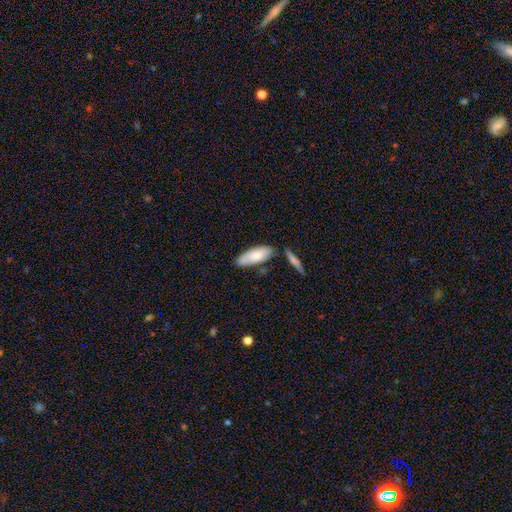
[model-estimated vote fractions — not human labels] This is likely a smooth galaxy (75%). How rounded: likely in between (73%). Merging: likely none (68%).